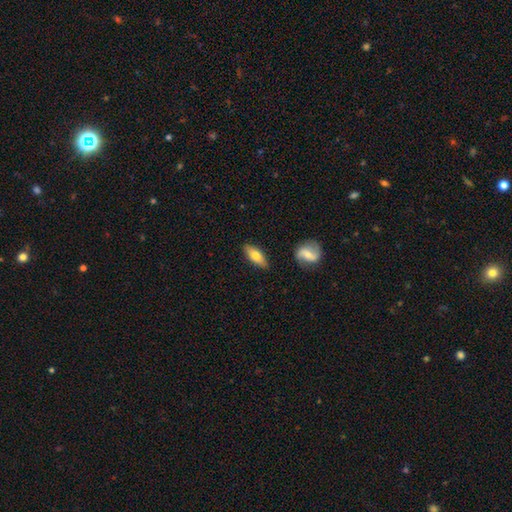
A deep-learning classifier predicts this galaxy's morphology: smooth_or_featured: smooth (p=0.66) [alt: featured or disk p=0.28]
how_rounded: in between (p=0.71) [alt: cigar-shaped p=0.26]
merging: none (p=0.85) [alt: minor disturbance p=0.11]